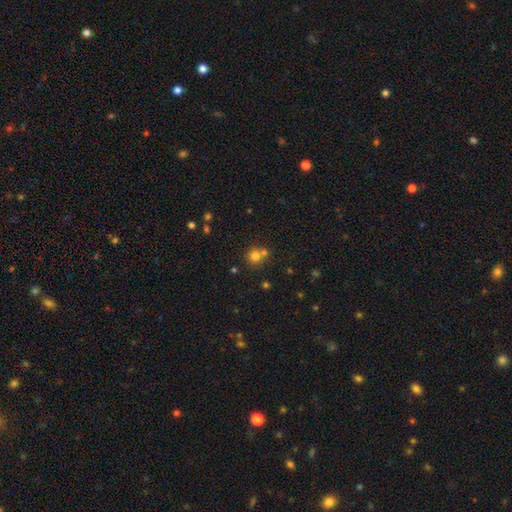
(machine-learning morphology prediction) Smooth or featured? Predicted: smooth (p=0.74). How rounded? Predicted: round (p=0.89). Merging? Predicted: none (p=0.59).